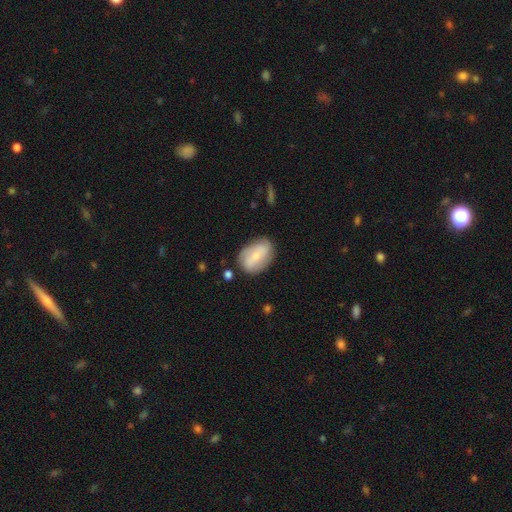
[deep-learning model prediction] This is possibly a smooth galaxy (53%). How rounded: clearly in between (80%). Merging: likely none (74%).